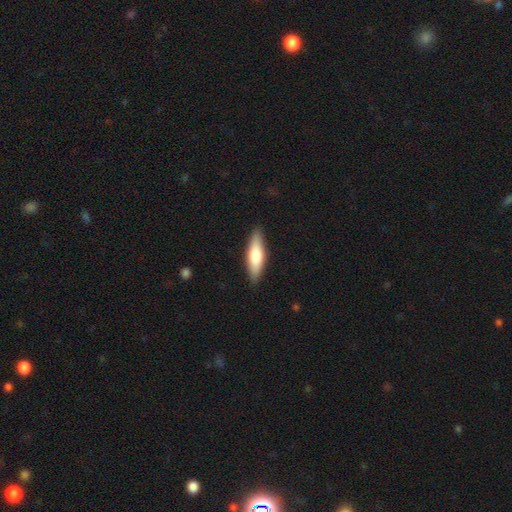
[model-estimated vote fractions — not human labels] Smooth or featured?
  - smooth: 68% *
  - featured or disk: 27%
  - star or artifact: 5%
How rounded?
  - cigar-shaped: 60% *
  - in between: 38%
  - round: 2%
Merging?
  - none: 88% *
  - minor disturbance: 9%
  - major disturbance: 2%
  - merger: 1%